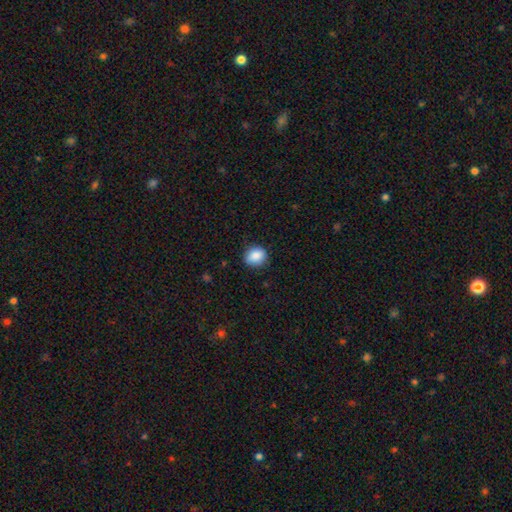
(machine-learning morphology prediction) Smooth or featured? Predicted: smooth (p=0.88). How rounded? Predicted: round (p=0.71). Merging? Predicted: none (p=0.85).